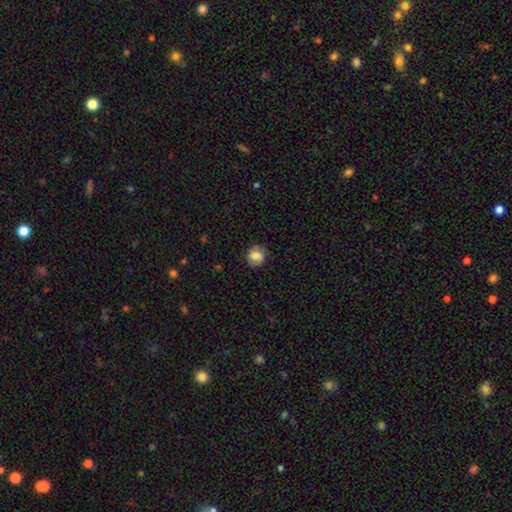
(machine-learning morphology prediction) type=smooth (71%); roundness=round (78%); merging=none (82%).